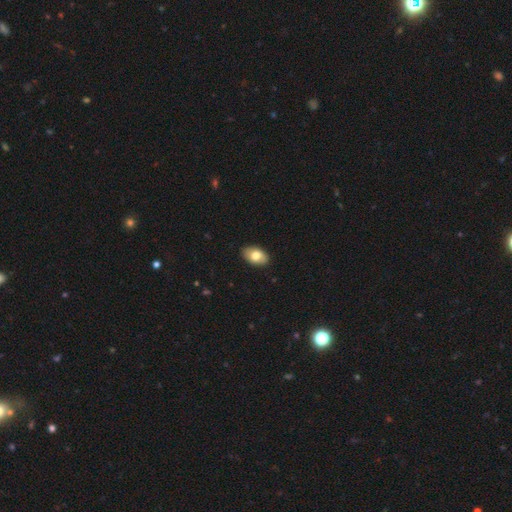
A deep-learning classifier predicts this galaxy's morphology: type=smooth (76%); roundness=in between (90%); merging=none (88%).